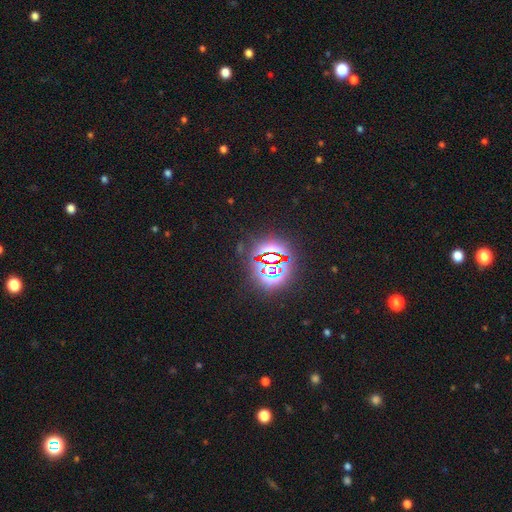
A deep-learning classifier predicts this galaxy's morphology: This appears to be a star or artifact, not a galaxy (83%).